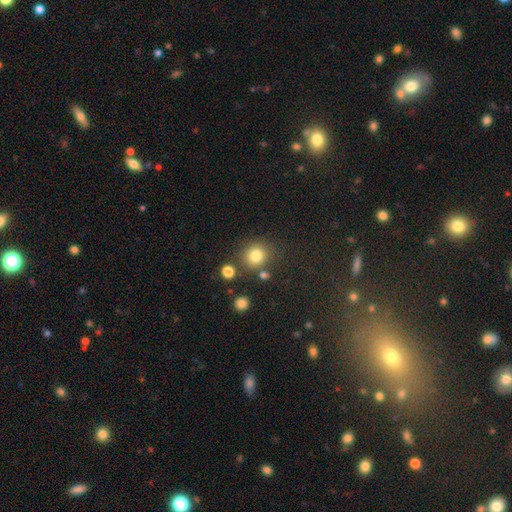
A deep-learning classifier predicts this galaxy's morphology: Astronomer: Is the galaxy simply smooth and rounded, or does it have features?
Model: smooth — 81%.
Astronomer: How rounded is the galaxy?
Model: round — 86%.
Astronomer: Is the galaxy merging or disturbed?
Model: none — 76%.